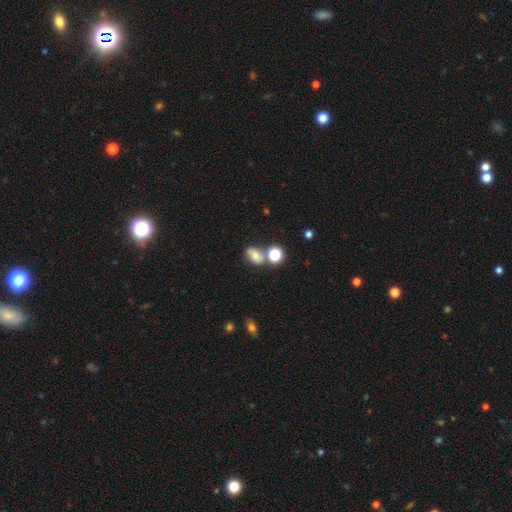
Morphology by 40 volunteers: Volunteers were most divided on "smooth or featured": smooth: 60%, featured or disk: 35%, star or artifact: 5%. More confident: how rounded — in between (67%); merging — none (63%).